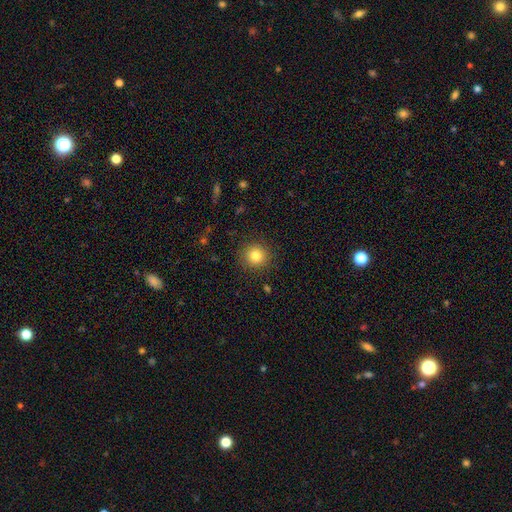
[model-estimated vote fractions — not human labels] A smooth galaxy with no disk features (82%) that is round (93%).

Vote fractions:
- Smooth or featured? smooth: 82% / star or artifact: 12% / featured or disk: 7%
- How rounded? round: 93% / in between: 6% / cigar-shaped: 1%
- Merging? none: 90% / minor disturbance: 6% / major disturbance: 2% / merger: 1%